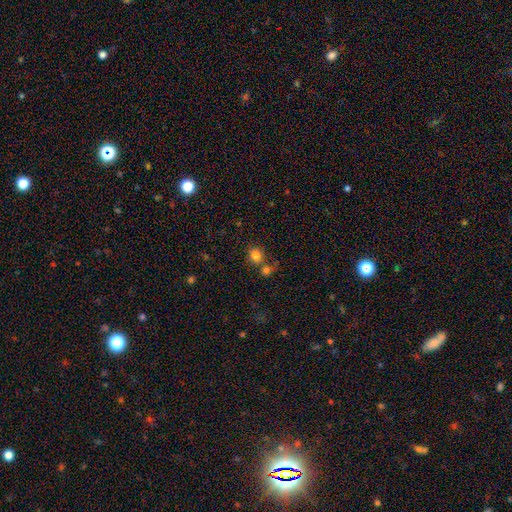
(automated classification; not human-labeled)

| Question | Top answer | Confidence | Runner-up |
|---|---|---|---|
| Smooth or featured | smooth | 81% | star or artifact (12%) |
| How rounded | round | 83% | in between (16%) |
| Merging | none | 60% | merger (28%) |